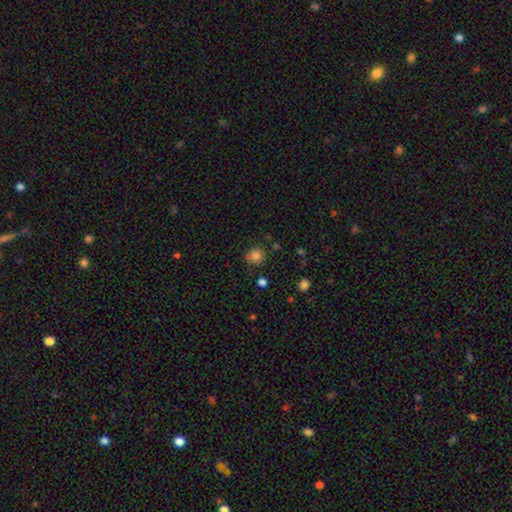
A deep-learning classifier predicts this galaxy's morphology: This appears to be a smooth galaxy with no disk features (81%) that is round (80%). Merging: none (68%).